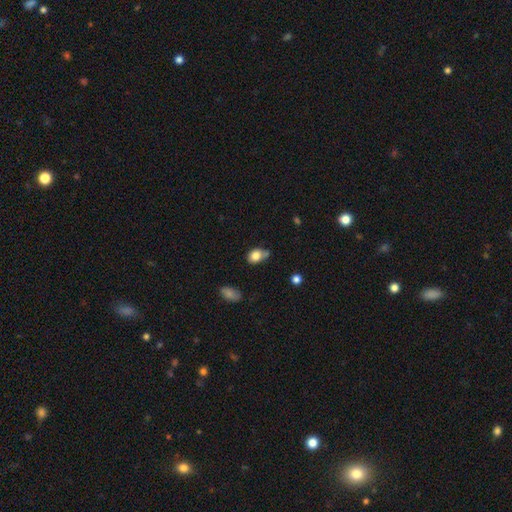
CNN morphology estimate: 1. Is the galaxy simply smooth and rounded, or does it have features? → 81% smooth, 10% featured or disk, 9% star or artifact.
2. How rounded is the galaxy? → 66% in between, 32% round, 2% cigar-shaped.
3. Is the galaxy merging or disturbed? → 45% none, 32% minor disturbance, 14% merger, 9% major disturbance.